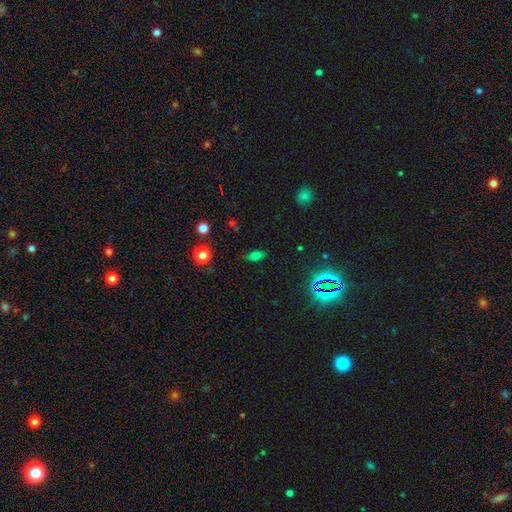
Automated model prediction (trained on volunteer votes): smooth_or_featured: smooth (p=0.66) [alt: star or artifact p=0.22]
how_rounded: in between (p=0.81) [alt: round p=0.10]
merging: none (p=0.84) [alt: minor disturbance p=0.12]